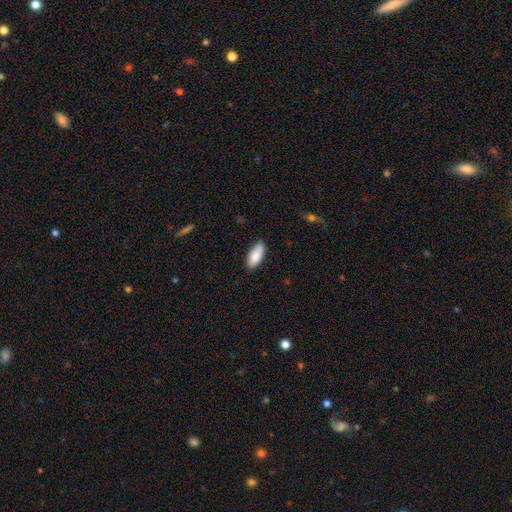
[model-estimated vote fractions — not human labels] This appears to be a smooth galaxy with no disk features (86%) that is in between round and cigar-shaped (84%). Merging: none (83%).